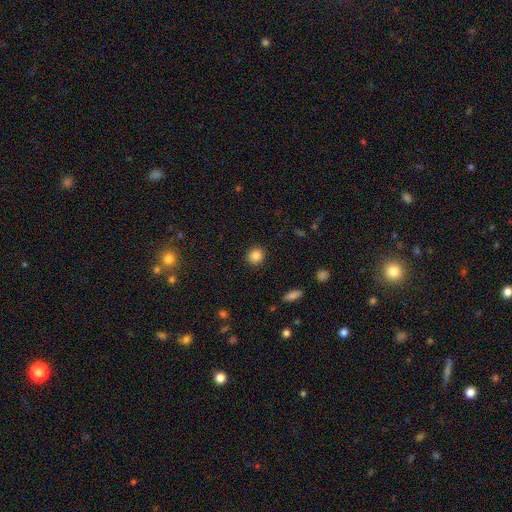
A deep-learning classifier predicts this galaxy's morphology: Overall: smooth (85%). How rounded: round (88%). Merging: none (91%).